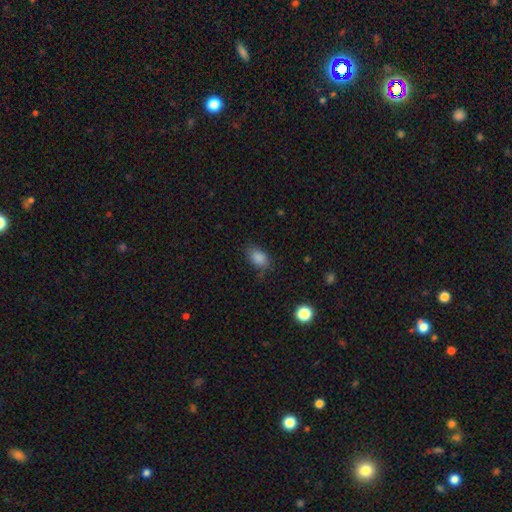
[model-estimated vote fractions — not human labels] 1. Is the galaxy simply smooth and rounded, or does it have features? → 83% smooth, 13% star or artifact, 5% featured or disk.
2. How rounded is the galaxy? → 82% in between, 16% round, 2% cigar-shaped.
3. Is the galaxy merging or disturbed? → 77% none, 17% minor disturbance, 4% major disturbance, 2% merger.